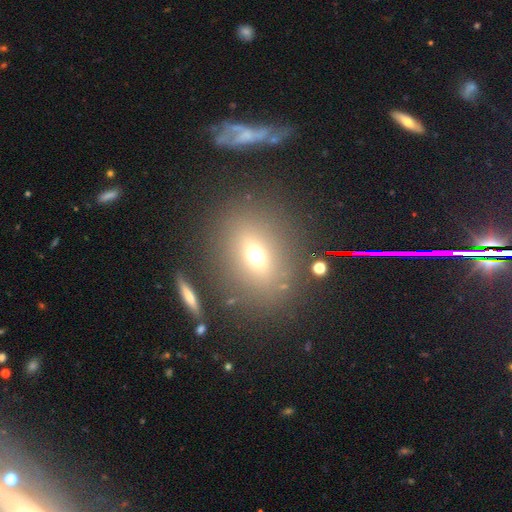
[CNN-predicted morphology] A smooth galaxy with no disk features (62%) that is in between round and cigar-shaped (52%). Merging: none (79%).